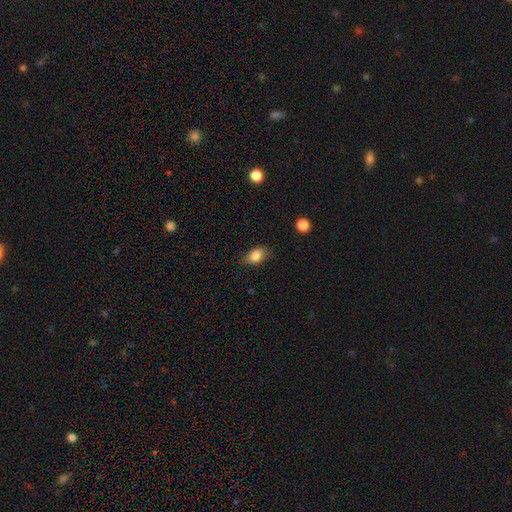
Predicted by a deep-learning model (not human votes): Smooth or featured? smooth (84%)
How rounded? in between (79%)
Merging? none (73%)